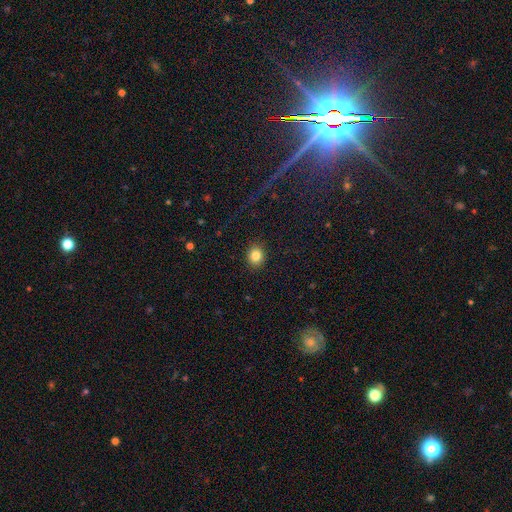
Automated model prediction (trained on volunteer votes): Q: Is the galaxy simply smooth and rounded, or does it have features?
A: smooth — 84%.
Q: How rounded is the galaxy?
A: round — 66%.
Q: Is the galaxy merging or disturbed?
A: none — 90%.